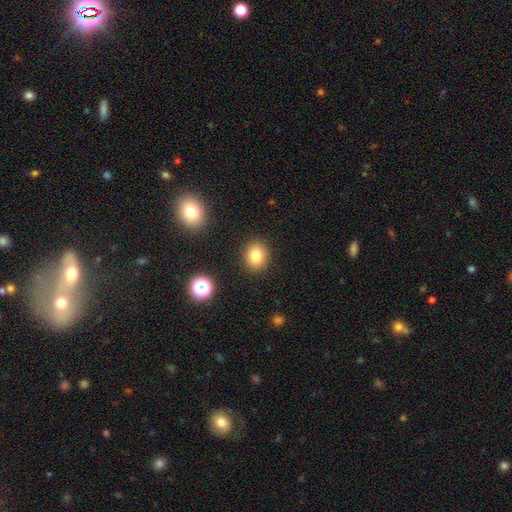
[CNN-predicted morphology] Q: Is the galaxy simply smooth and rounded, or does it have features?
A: smooth — 81%.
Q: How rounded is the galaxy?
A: round — 58%.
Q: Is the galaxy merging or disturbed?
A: none — 88%.